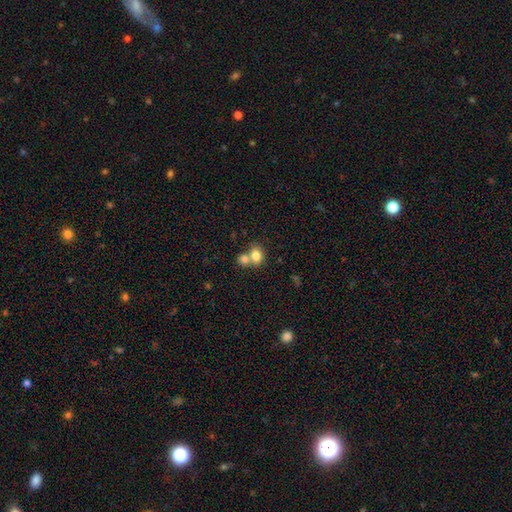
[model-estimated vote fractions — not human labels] smooth_or_featured: smooth (p=0.79) [alt: featured or disk p=0.11]
how_rounded: round (p=0.52) [alt: in between p=0.47]
merging: merger (p=0.55) [alt: none p=0.35]